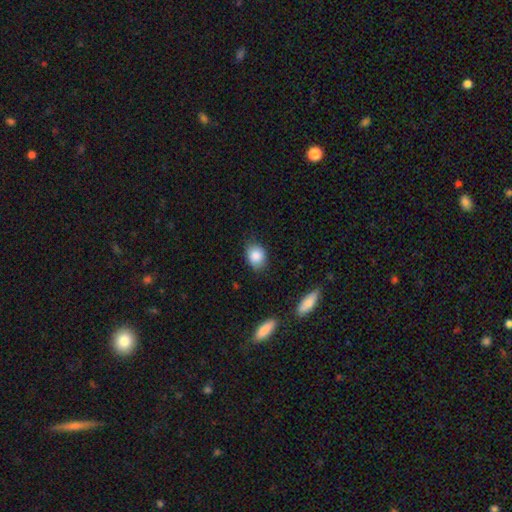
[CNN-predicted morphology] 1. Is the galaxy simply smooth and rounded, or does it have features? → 86% smooth, 8% star or artifact, 6% featured or disk.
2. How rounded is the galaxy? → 56% in between, 42% round, 1% cigar-shaped.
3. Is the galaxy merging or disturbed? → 76% none, 18% minor disturbance, 3% major disturbance, 2% merger.